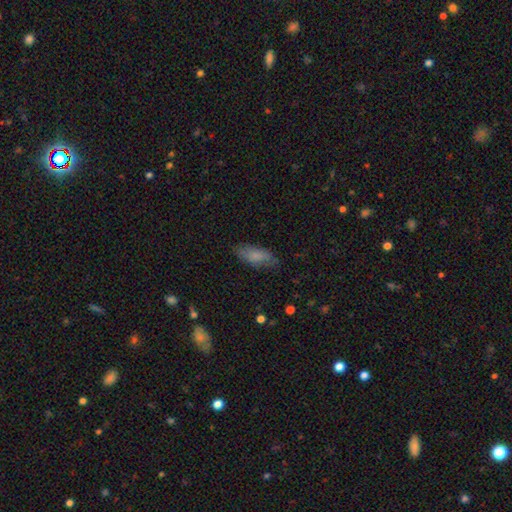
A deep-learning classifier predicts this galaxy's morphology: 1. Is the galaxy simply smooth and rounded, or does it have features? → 80% smooth, 13% featured or disk, 7% star or artifact.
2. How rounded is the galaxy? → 73% in between, 25% cigar-shaped, 2% round.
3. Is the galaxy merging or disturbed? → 77% none, 17% minor disturbance, 4% major disturbance, 1% merger.